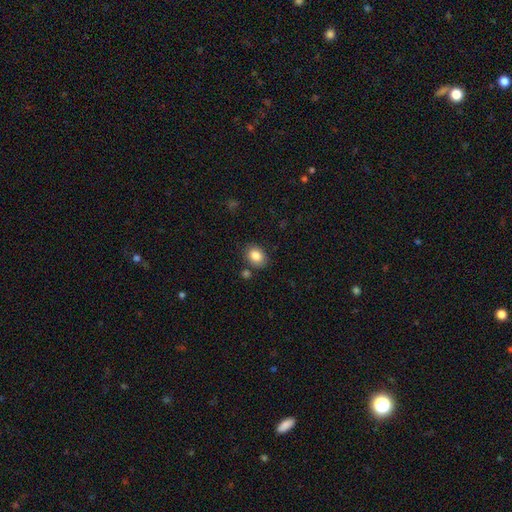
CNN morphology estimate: Smooth or featured? Predicted: smooth (p=0.85). How rounded? Predicted: in between (p=0.64). Merging? Predicted: none (p=0.81).